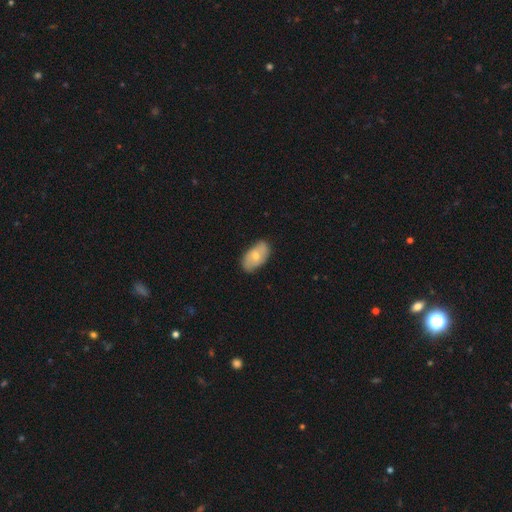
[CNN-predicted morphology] Smooth or featured: smooth — 57% (featured or disk — 37%)
How rounded: in between — 93% (round — 5%)
Merging: none — 75% (minor disturbance — 20%)